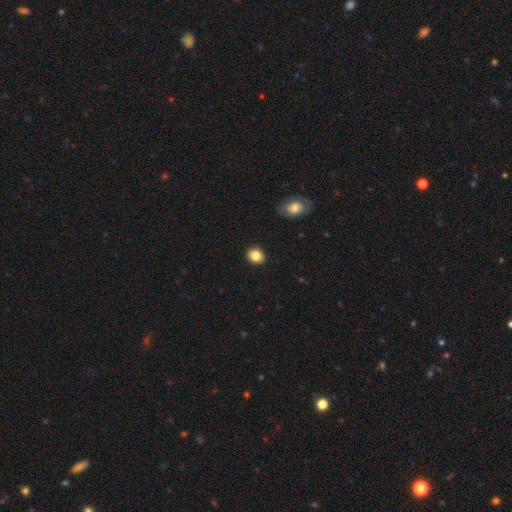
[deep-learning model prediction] The model was most divided on "how rounded": round: 62%, in between: 37%, cigar-shaped: 1%. More confident: merging — none (90%); smooth or featured — smooth (85%).